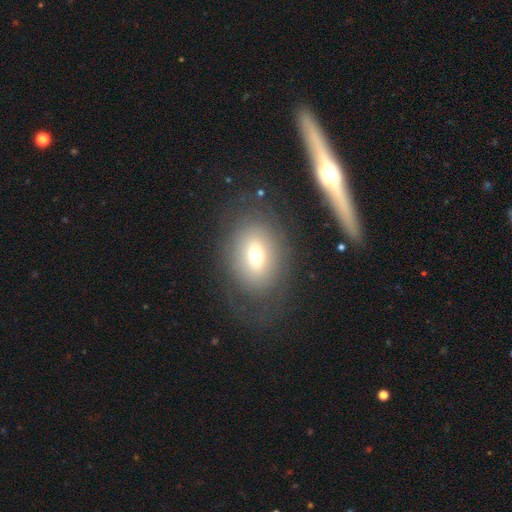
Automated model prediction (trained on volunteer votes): Overall: smooth (59%; featured or disk 29%). How rounded: in between (65%; round 34%). Merging: none (67%).